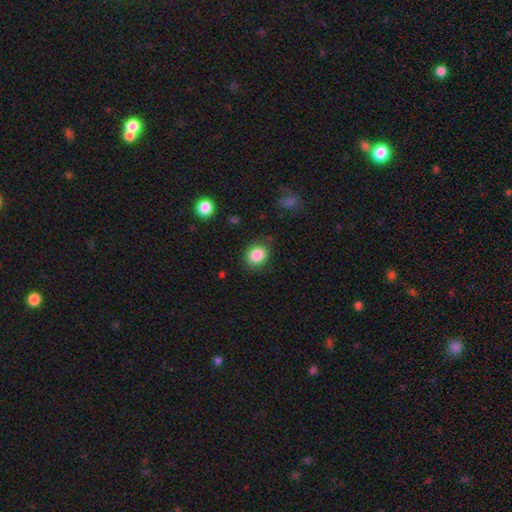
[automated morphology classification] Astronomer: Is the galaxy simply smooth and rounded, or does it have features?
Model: smooth — 86%.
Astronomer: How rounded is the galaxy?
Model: round — 60% (runner-up: in between, 40%).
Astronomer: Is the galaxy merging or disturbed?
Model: none — 82%.